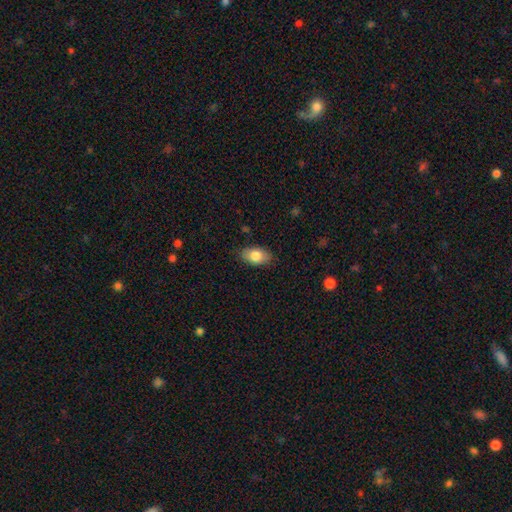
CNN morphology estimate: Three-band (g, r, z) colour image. It shows a smooth galaxy with no disk features (81%) that is in between round and cigar-shaped (91%). Merging: none (85%).